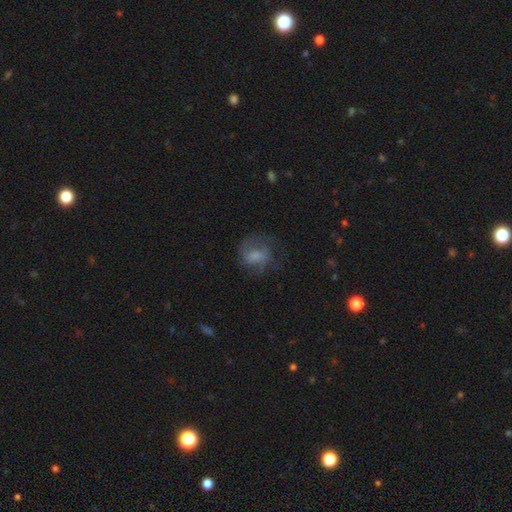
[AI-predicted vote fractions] Morphology: type=smooth (46%); merging=none (54%).